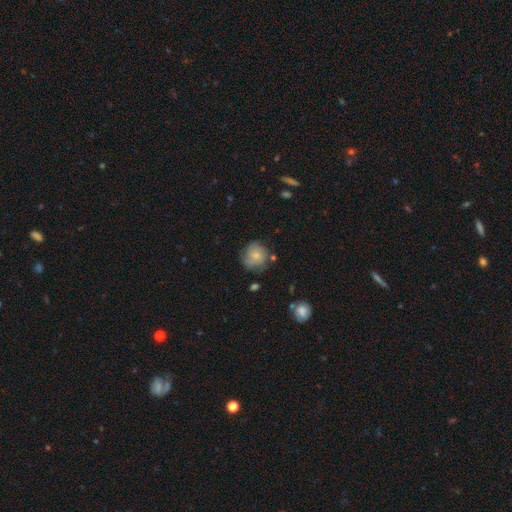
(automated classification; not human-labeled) Morphology: type=smooth (61%); roundness=round (87%); merging=none (67%).